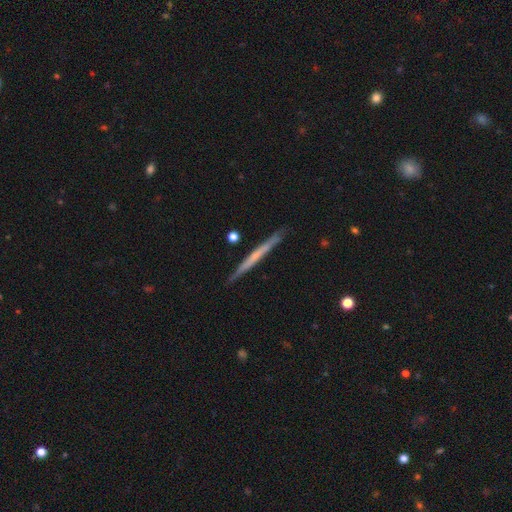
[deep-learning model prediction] This is possibly a featured or disk galaxy (54%). It is clearly viewed edge-on (97%). Edge-on bulge: likely none (79%). Merging: clearly none (88%).